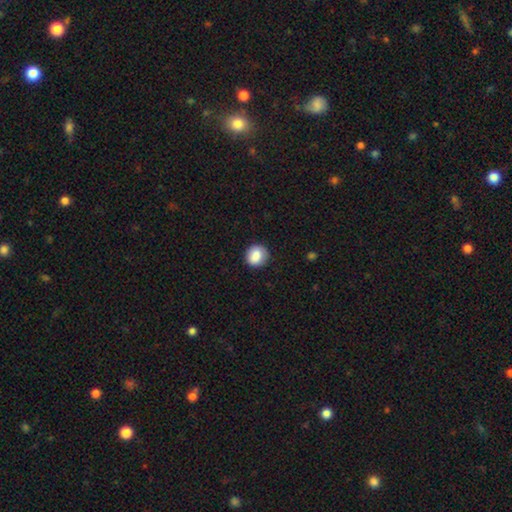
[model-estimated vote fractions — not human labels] Overall: smooth (86%). How rounded: round (80%). Merging: none (85%).